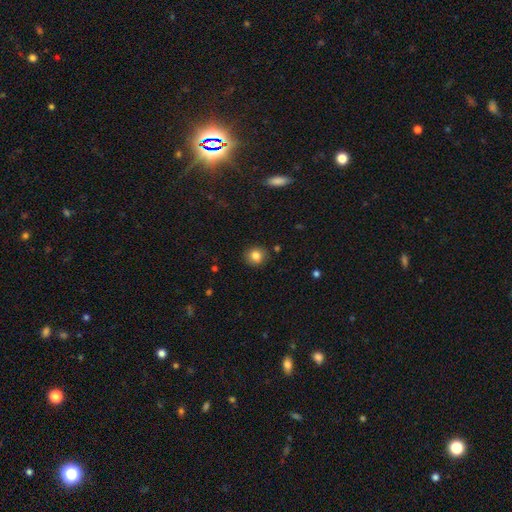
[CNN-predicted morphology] smooth 83%, star or artifact 11%, featured or disk 7%. Down the decision tree: how rounded — round (85%); merging — none (85%).